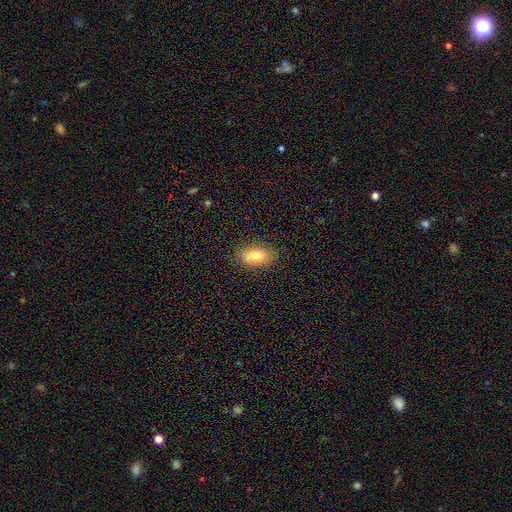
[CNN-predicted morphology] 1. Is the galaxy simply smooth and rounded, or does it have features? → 74% smooth, 17% featured or disk, 9% star or artifact.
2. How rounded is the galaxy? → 86% in between, 8% round, 7% cigar-shaped.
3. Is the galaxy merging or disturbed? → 77% none, 14% minor disturbance, 6% merger, 3% major disturbance.